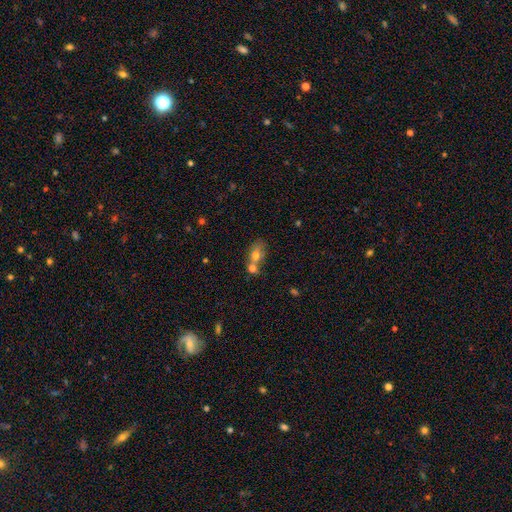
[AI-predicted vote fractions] This is likely a smooth galaxy (66%). How rounded: likely in between (73%). Merging: possibly merger (50%).